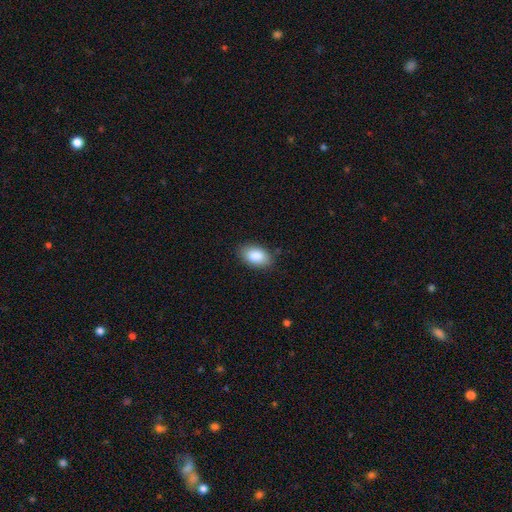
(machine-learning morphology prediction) smooth-or-featured: smooth: 87% | star or artifact: 7% | featured or disk: 6%
  how-rounded: in between: 92% | round: 6% | cigar-shaped: 2%
  merging: none: 85% | minor disturbance: 12% | major disturbance: 3% | merger: 1%